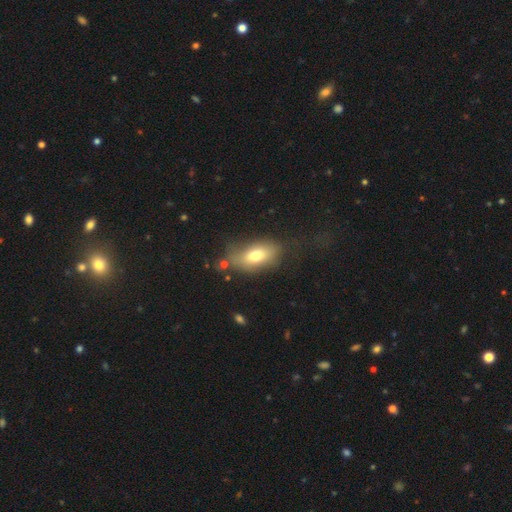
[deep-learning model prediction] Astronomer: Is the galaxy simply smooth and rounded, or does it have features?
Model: smooth — 71%.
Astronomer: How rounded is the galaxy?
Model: in between — 88%.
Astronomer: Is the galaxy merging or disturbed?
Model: none — 60%.